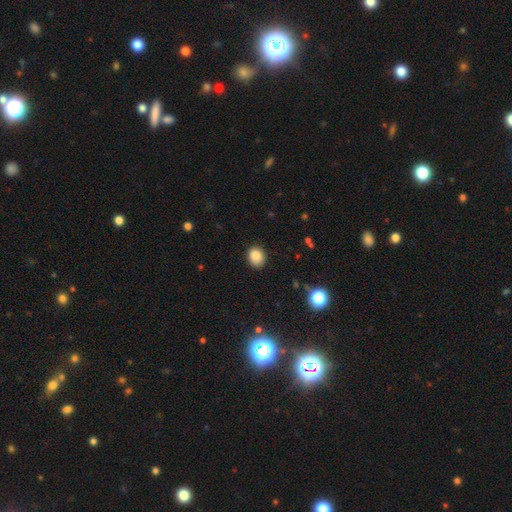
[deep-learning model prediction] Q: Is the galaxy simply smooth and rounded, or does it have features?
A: smooth — 84%.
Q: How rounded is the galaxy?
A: round — 66%.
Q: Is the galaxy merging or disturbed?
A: none — 85%.